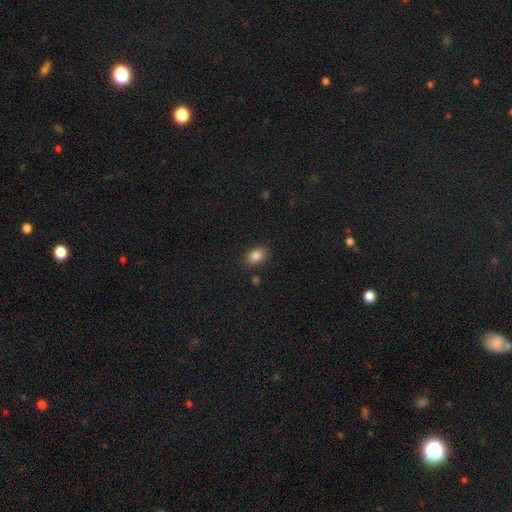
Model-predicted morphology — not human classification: This appears to be a smooth galaxy with no disk features (86%) that is in between round and cigar-shaped (81%). Merging: none (84%).